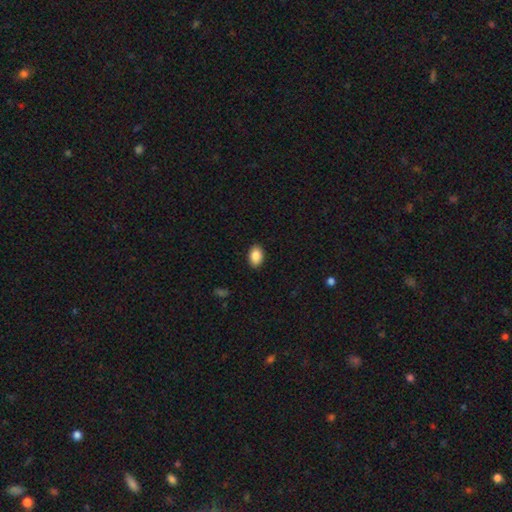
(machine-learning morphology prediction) smooth-or-featured: smooth: 87% | star or artifact: 8% | featured or disk: 5%
  how-rounded: in between: 85% | round: 14% | cigar-shaped: 1%
  merging: none: 90% | minor disturbance: 8% | major disturbance: 2% | merger: 1%